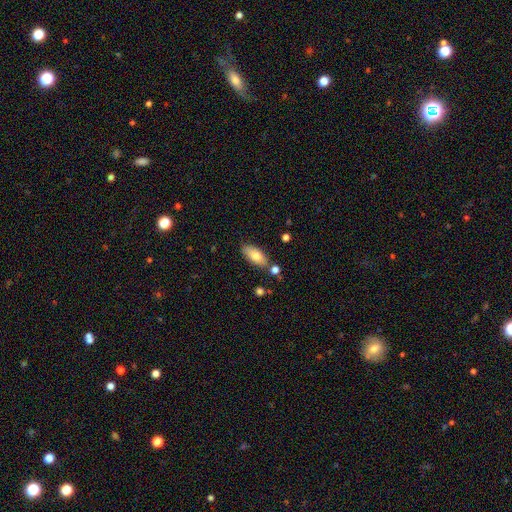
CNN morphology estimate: This is likely a smooth galaxy (78%). How rounded: clearly in between (87%). Merging: likely none (77%).